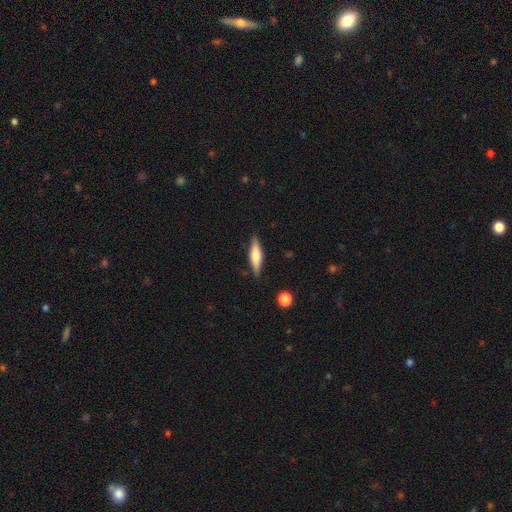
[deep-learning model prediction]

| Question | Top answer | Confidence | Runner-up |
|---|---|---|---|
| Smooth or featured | smooth | 53% | featured or disk (40%) |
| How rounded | cigar-shaped | 70% | in between (28%) |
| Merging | none | 85% | minor disturbance (11%) |